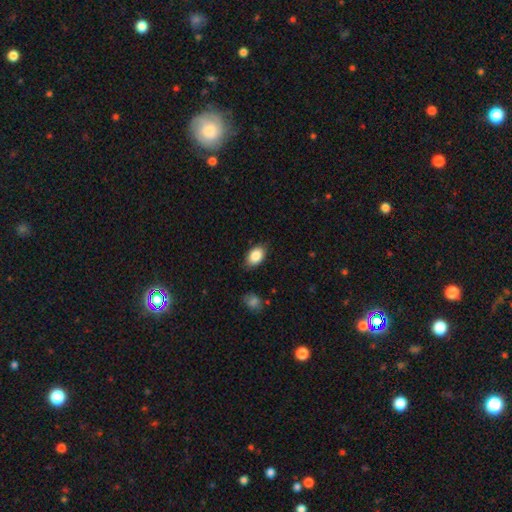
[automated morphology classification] Smooth or featured?
  - smooth: 87% *
  - star or artifact: 7%
  - featured or disk: 6%
How rounded?
  - in between: 90% *
  - round: 9%
  - cigar-shaped: 1%
Merging?
  - none: 83% *
  - minor disturbance: 13%
  - major disturbance: 3%
  - merger: 1%